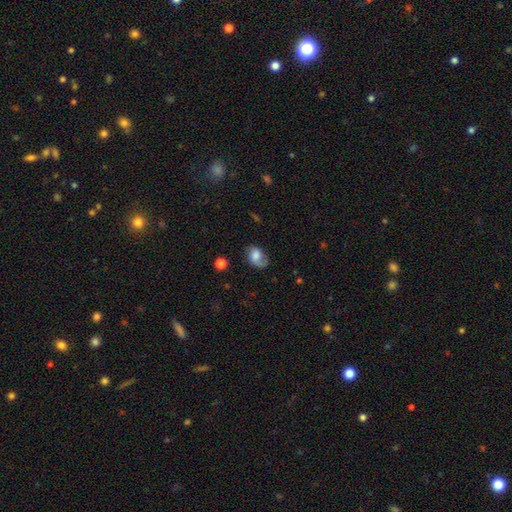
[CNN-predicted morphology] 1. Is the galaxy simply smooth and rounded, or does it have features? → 58% smooth, 33% featured or disk, 9% star or artifact.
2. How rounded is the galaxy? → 79% in between, 20% round, 1% cigar-shaped.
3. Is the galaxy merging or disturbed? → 53% none, 29% minor disturbance, 15% major disturbance, 2% merger.